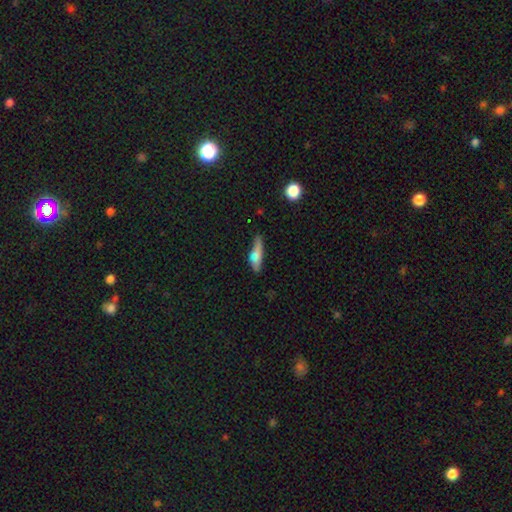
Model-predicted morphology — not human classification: smooth_or_featured: smooth (p=0.64) [alt: featured or disk p=0.29]
how_rounded: cigar-shaped (p=0.64) [alt: in between p=0.33]
merging: none (p=0.54) [alt: minor disturbance p=0.32]